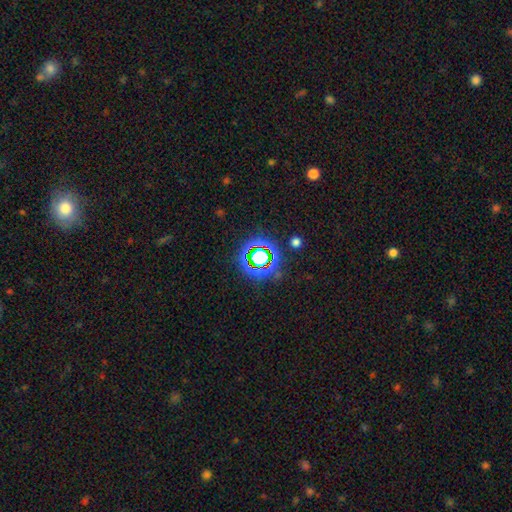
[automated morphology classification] Smooth or featured? star or artifact (66%)